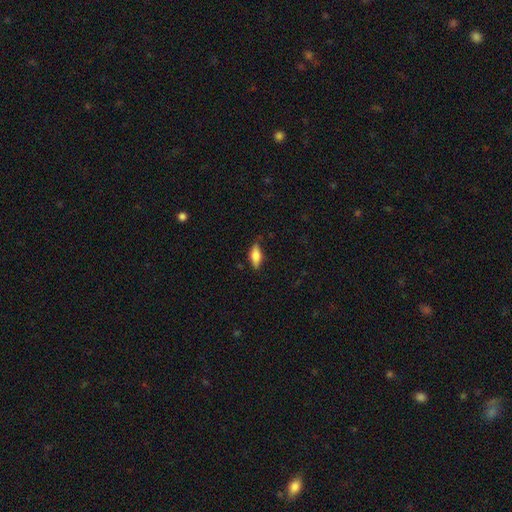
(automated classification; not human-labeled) Smooth or featured: smooth — 69% (featured or disk — 24%)
How rounded: in between — 74% (cigar-shaped — 23%)
Merging: none — 77% (minor disturbance — 18%)